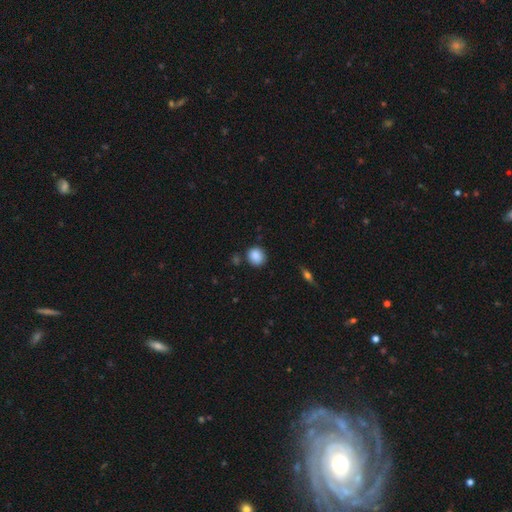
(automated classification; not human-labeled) A smooth galaxy with no disk features (87%) that is round (82%).

Vote fractions:
- Smooth or featured? smooth: 87% / star or artifact: 9% / featured or disk: 4%
- How rounded? round: 82% / in between: 17% / cigar-shaped: 1%
- Merging? none: 81% / minor disturbance: 12% / merger: 4% / major disturbance: 3%